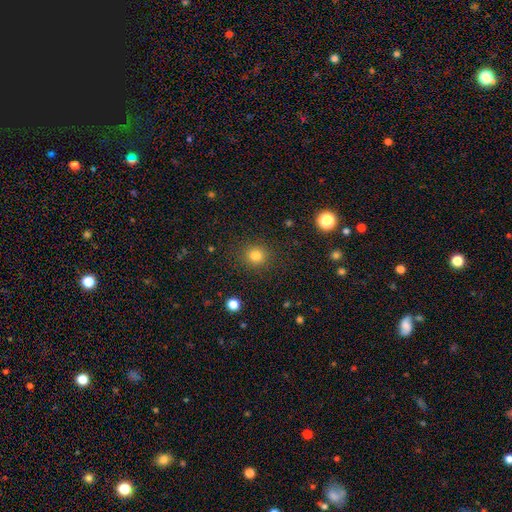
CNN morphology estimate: Smooth or featured? Predicted: smooth (p=0.81). How rounded? Predicted: round (p=0.88). Merging? Predicted: none (p=0.89).